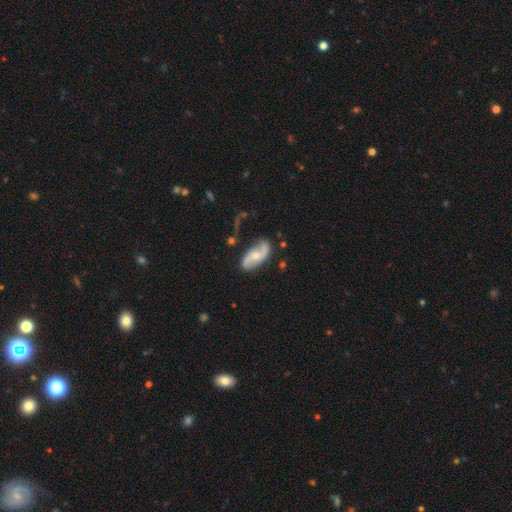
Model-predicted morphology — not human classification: A featured or disk galaxy (76%) with no bar (62%), 2 (90%) loose (64%) spiral arms (91%) and a moderate central bulge (56%). Merging: none (74%).